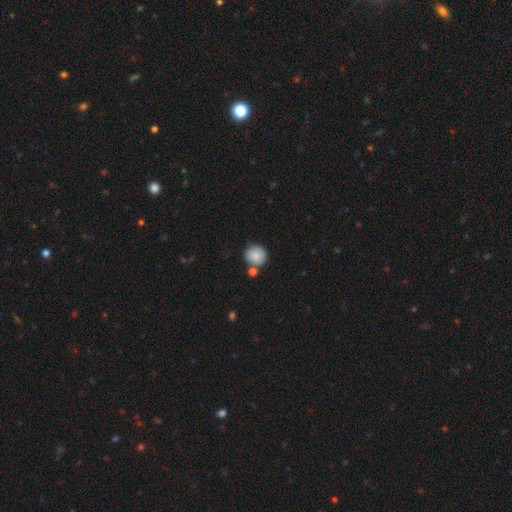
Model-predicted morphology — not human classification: smooth_or_featured: smooth (p=0.86) [alt: star or artifact p=0.08]
how_rounded: round (p=0.92) [alt: in between p=0.07]
merging: none (p=0.74) [alt: merger p=0.14]